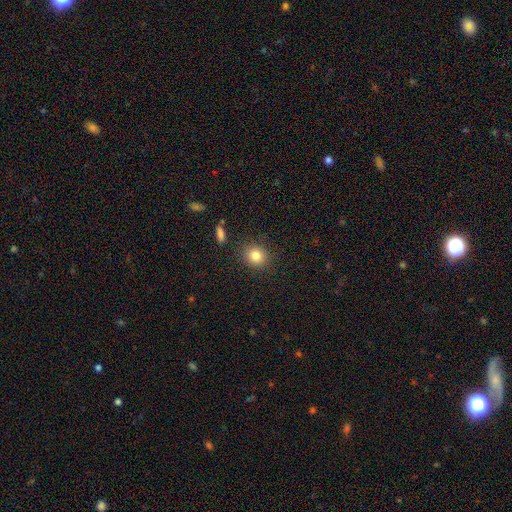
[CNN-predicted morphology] The model was most divided on "how rounded": round: 79%, in between: 20%, cigar-shaped: 1%. More confident: merging — none (88%); smooth or featured — smooth (83%).